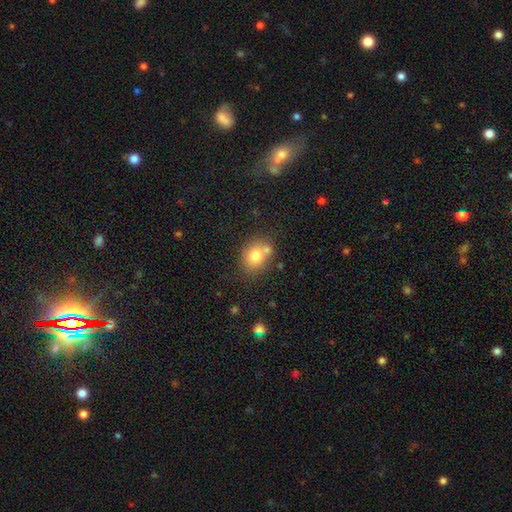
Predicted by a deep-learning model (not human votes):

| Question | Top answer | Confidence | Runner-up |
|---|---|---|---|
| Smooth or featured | smooth | 77% | featured or disk (13%) |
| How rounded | round | 52% | in between (47%) |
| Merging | none | 54% | merger (26%) |